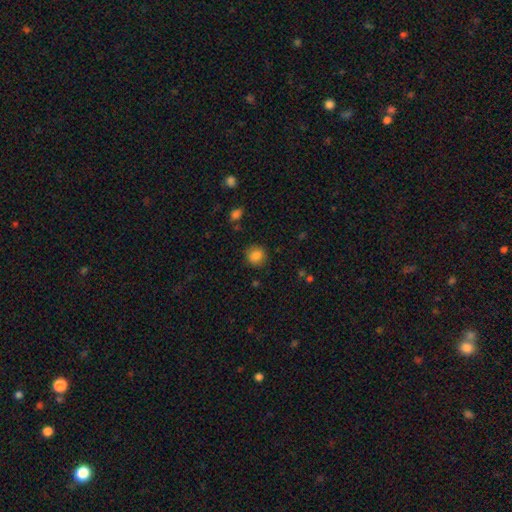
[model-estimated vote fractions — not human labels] Morphology: type=smooth (84%); roundness=round (85%); merging=none (87%).